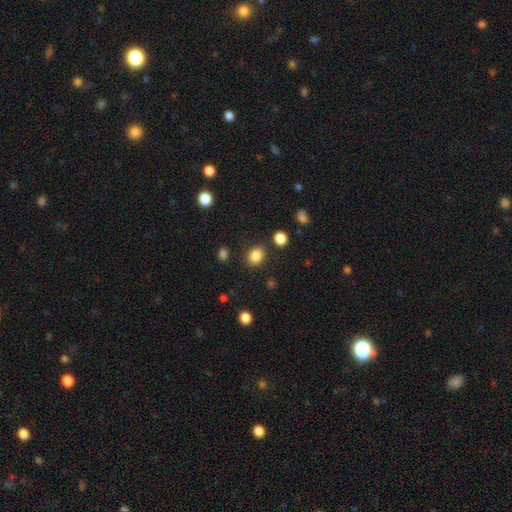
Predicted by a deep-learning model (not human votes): A smooth galaxy with no disk features (85%) that is round (56%).

Vote fractions:
- Smooth or featured? smooth: 85% / star or artifact: 11% / featured or disk: 4%
- How rounded? round: 56% / in between: 43% / cigar-shaped: 1%
- Merging? none: 83% / minor disturbance: 10% / merger: 4% / major disturbance: 4%